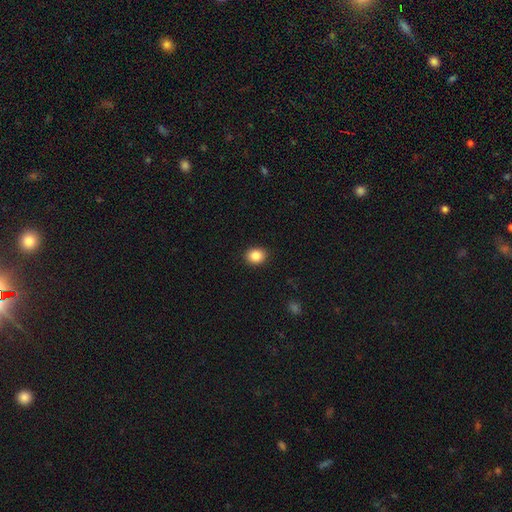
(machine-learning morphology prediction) smooth_or_featured: smooth (p=0.87) [alt: star or artifact p=0.09]
how_rounded: round (p=0.60) [alt: in between p=0.39]
merging: none (p=0.91) [alt: minor disturbance p=0.06]